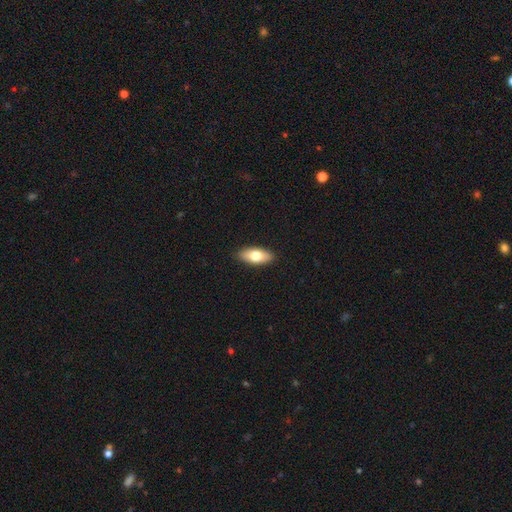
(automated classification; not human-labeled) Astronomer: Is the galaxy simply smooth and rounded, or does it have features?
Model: smooth — 72%.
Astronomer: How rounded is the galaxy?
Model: in between — 86%.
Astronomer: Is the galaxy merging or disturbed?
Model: none — 90%.